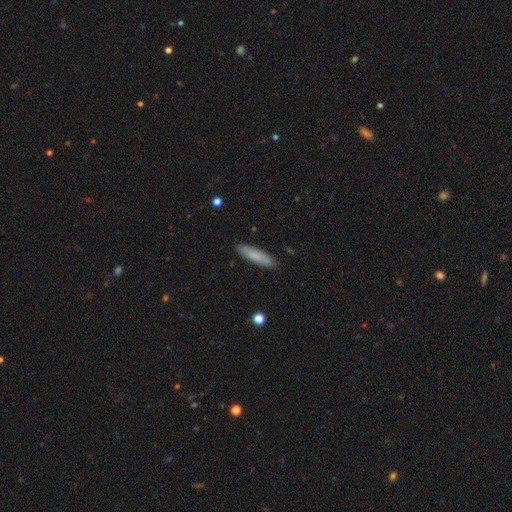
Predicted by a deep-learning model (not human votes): Smooth or featured? smooth (82%)
How rounded? cigar-shaped (75%)
Merging? none (89%)